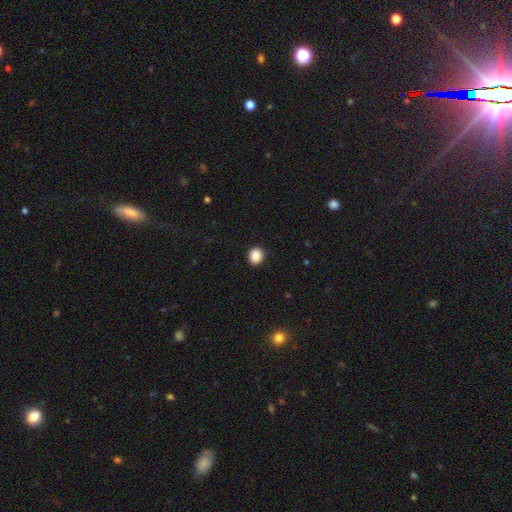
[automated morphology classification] type=smooth (89%); roundness=round (62%); merging=none (89%).